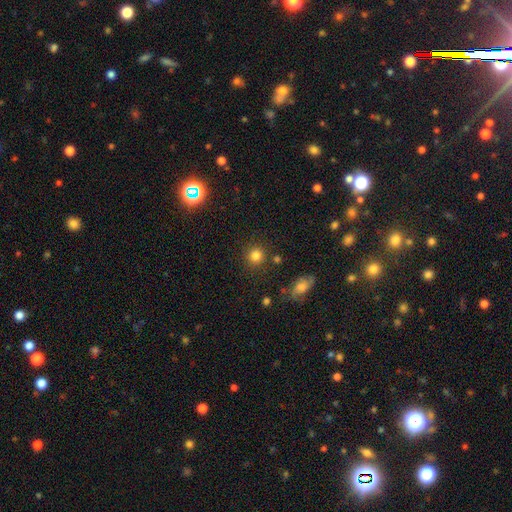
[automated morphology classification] type=smooth (81%); roundness=round (91%); merging=none (85%).